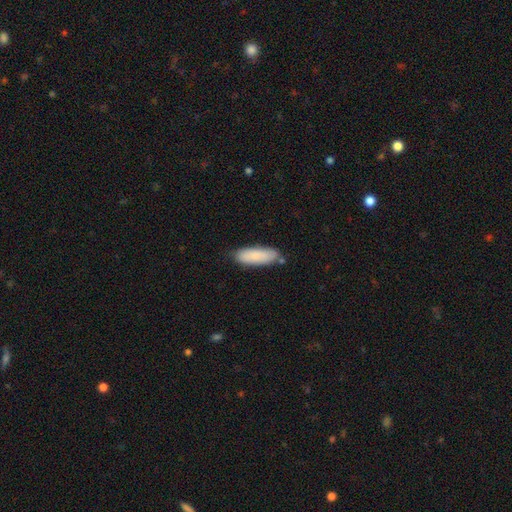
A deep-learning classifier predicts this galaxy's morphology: A smooth galaxy with no disk features (84%) that is in between round and cigar-shaped (59%).

Vote fractions:
- Smooth or featured? smooth: 84% / featured or disk: 10% / star or artifact: 6%
- How rounded? in between: 59% / cigar-shaped: 39% / round: 1%
- Merging? none: 76% / minor disturbance: 17% / merger: 4% / major disturbance: 3%